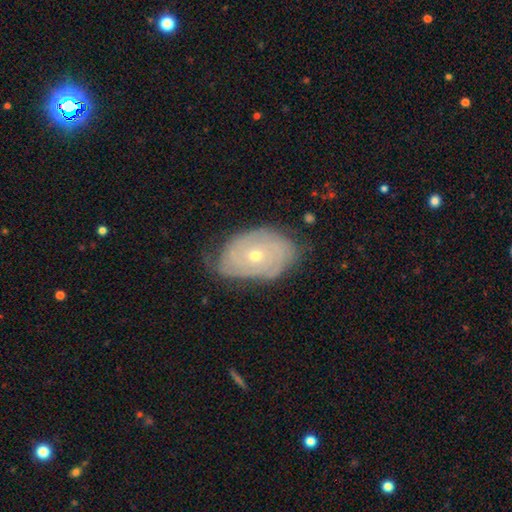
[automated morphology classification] Smooth or featured?
  - featured or disk: 74% *
  - smooth: 19%
  - star or artifact: 7%
Edge-on disk?
  - no: 95% *
  - yes: 5%
Bar?
  - no: 83% *
  - weak: 14%
  - strong: 3%
Spiral arms?
  - yes: 84% *
  - no: 16%
Spiral winding?
  - tight: 74% *
  - medium: 19%
  - loose: 6%
Spiral arm count?
  - can't tell: 48% *
  - 2: 20%
  - 3: 14%
  - 4: 9%
  - more than 4: 5%
  - 1: 5%
Bulge size?
  - small: 56% *
  - moderate: 42%
  - large: 1%
  - none: 1%
  - dominant: 1%
Merging?
  - none: 63% *
  - minor disturbance: 27%
  - major disturbance: 8%
  - merger: 1%